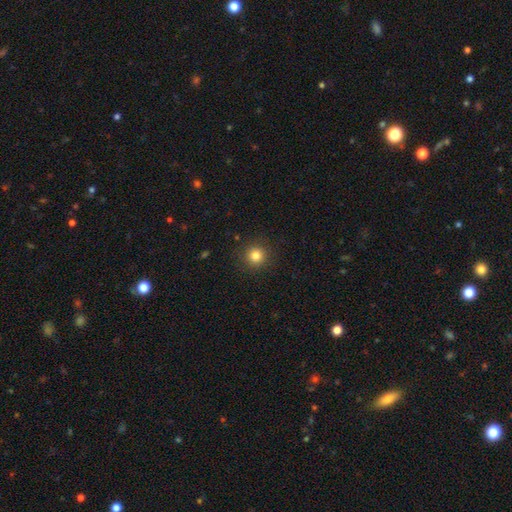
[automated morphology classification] type=smooth (82%); roundness=round (95%); merging=none (91%).